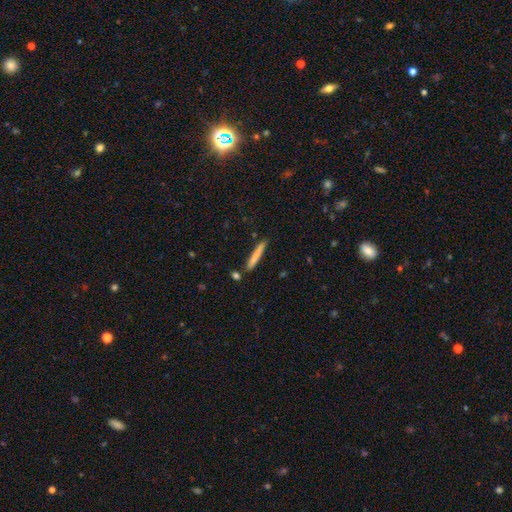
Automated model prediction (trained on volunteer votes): This is likely a smooth galaxy (75%). How rounded: clearly cigar-shaped (95%). Merging: clearly none (85%).